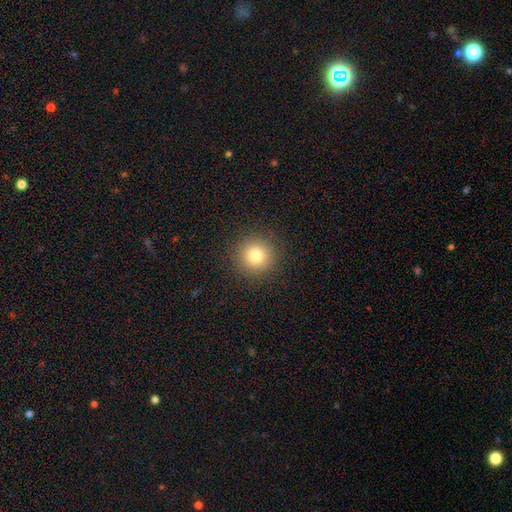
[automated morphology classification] Smooth or featured: smooth — 79% (star or artifact — 13%)
How rounded: round — 95% (in between — 4%)
Merging: none — 91% (minor disturbance — 5%)